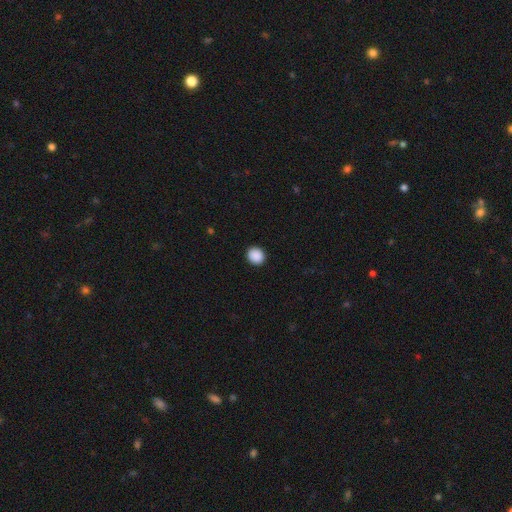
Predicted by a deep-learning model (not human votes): Morphology: type=smooth (90%); roundness=round (80%); merging=none (92%).